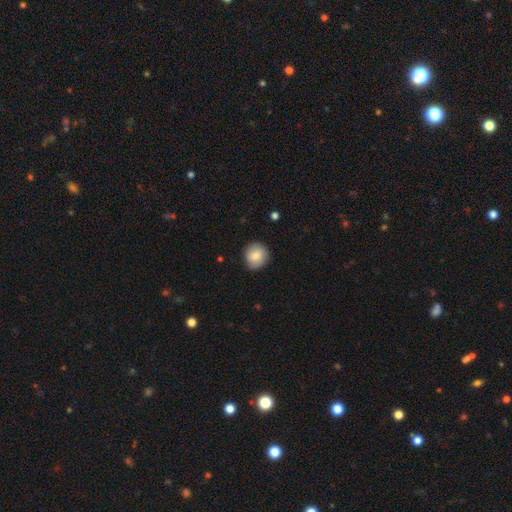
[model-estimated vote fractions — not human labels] smooth_or_featured: smooth (p=0.78) [alt: featured or disk p=0.14]
how_rounded: round (p=0.88) [alt: in between p=0.11]
merging: none (p=0.84) [alt: minor disturbance p=0.13]